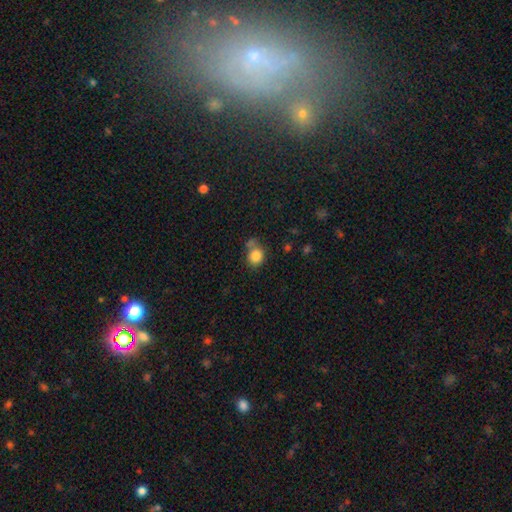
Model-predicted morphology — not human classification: smooth_or_featured: smooth (p=0.84) [alt: star or artifact p=0.10]
how_rounded: round (p=0.71) [alt: in between p=0.28]
merging: none (p=0.57) [alt: merger p=0.21]